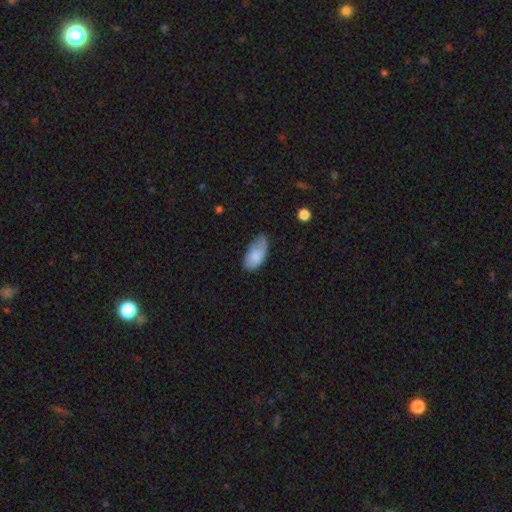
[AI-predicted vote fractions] Smooth or featured? Predicted: smooth (p=0.81). How rounded? Predicted: in between (p=0.93). Merging? Predicted: none (p=0.51).